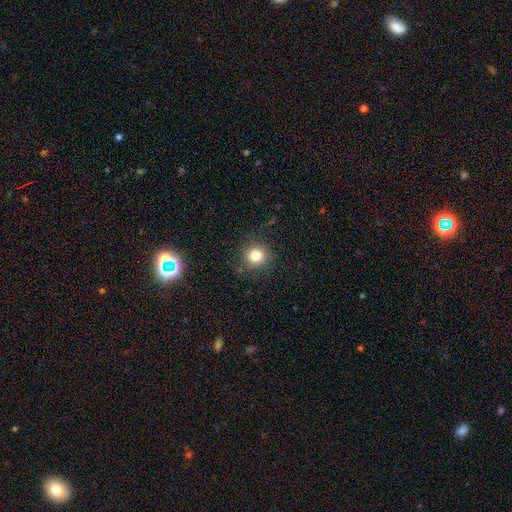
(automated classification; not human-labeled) Overall: smooth (81%). How rounded: round (91%). Merging: none (87%).